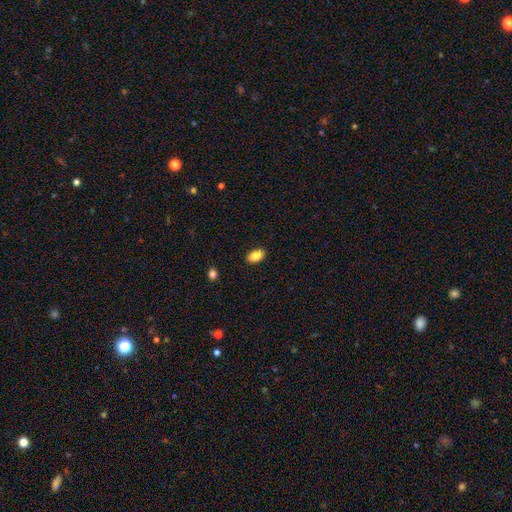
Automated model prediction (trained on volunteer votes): Smooth or featured?
  - smooth: 84% *
  - featured or disk: 8%
  - star or artifact: 8%
How rounded?
  - in between: 91% *
  - round: 7%
  - cigar-shaped: 2%
Merging?
  - none: 89% *
  - minor disturbance: 8%
  - major disturbance: 2%
  - merger: 1%